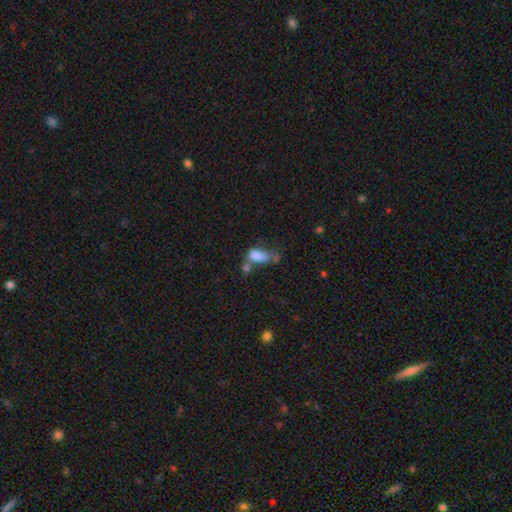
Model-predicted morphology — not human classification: smooth-or-featured: smooth: 75% | featured or disk: 14% | star or artifact: 10%
  how-rounded: in between: 86% | round: 9% | cigar-shaped: 5%
  merging: merger: 46% | none: 23% | minor disturbance: 17% | major disturbance: 14%